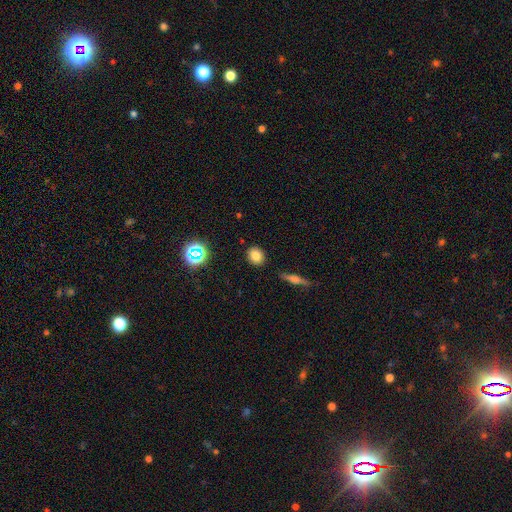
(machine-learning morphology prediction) Q: Smooth or featured?
A: smooth (79%); runner-up: star or artifact (13%)
Q: How rounded?
A: round (60%); runner-up: in between (39%)
Q: Merging?
A: none (88%); runner-up: minor disturbance (8%)